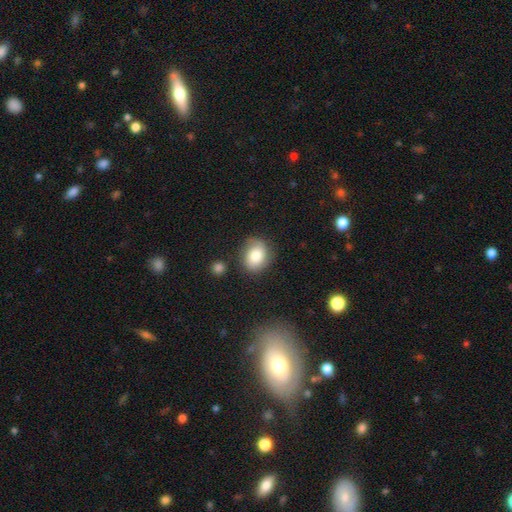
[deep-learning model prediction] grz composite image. It shows a smooth galaxy with no disk features (71%) that is round (52%). Merging: none (71%).